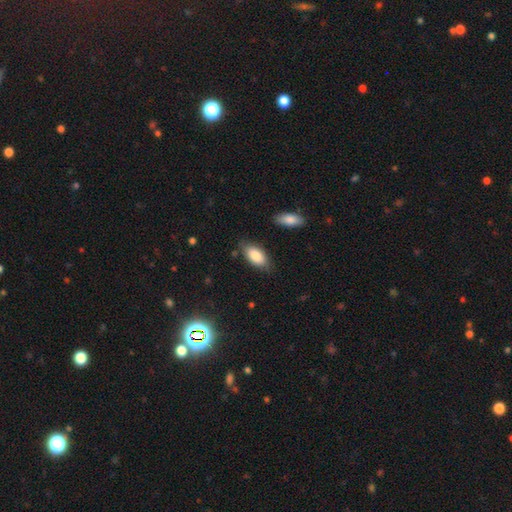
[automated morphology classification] A smooth galaxy with no disk features (86%) that is in between round and cigar-shaped (91%). Merging: none (78%).